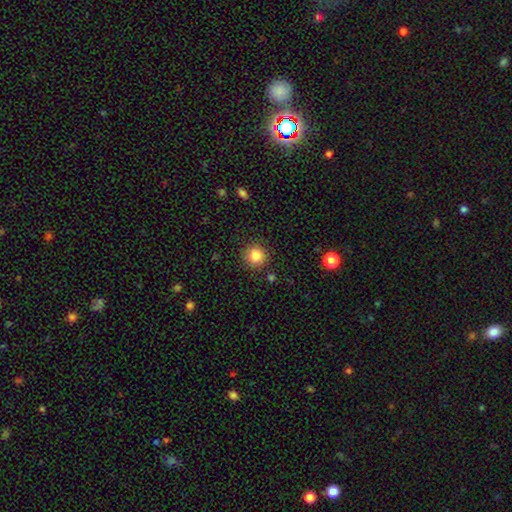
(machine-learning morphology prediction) The model was most divided on "smooth or featured": smooth: 84%, star or artifact: 11%, featured or disk: 5%. More confident: how rounded — round (94%); merging — none (88%).